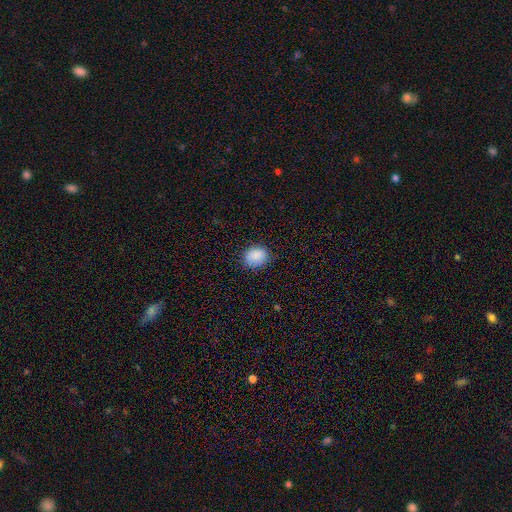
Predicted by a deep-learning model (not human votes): A smooth galaxy with no disk features (88%) that is round (54%).

Vote fractions:
- Smooth or featured? smooth: 88% / star or artifact: 9% / featured or disk: 4%
- How rounded? round: 54% / in between: 45% / cigar-shaped: 1%
- Merging? none: 82% / minor disturbance: 14% / major disturbance: 3% / merger: 1%